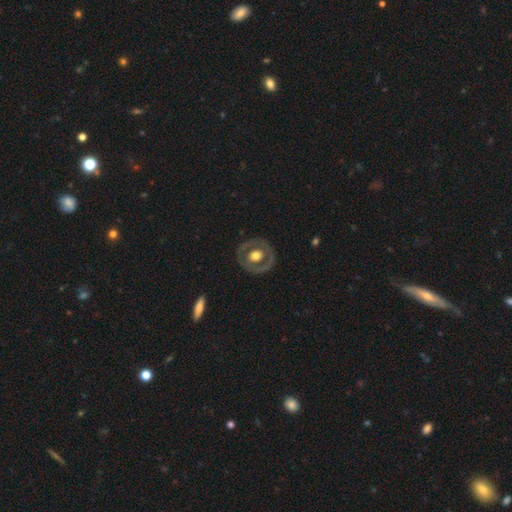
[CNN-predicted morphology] Smooth or featured: featured or disk — 59% (smooth — 36%)
Edge-on disk: no — 94% (yes — 6%)
Bar: no — 81% (weak — 14%)
Spiral arms: no — 86% (yes — 14%)
Bulge size: moderate — 56% (large — 36%)
Merging: none — 82% (minor disturbance — 12%)